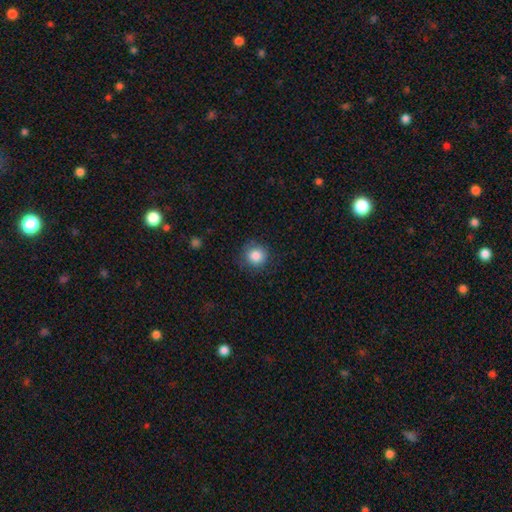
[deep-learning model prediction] Smooth or featured?
  - smooth: 85% *
  - star or artifact: 10%
  - featured or disk: 6%
How rounded?
  - round: 92% *
  - in between: 7%
  - cigar-shaped: 1%
Merging?
  - none: 82% *
  - minor disturbance: 13%
  - major disturbance: 4%
  - merger: 1%